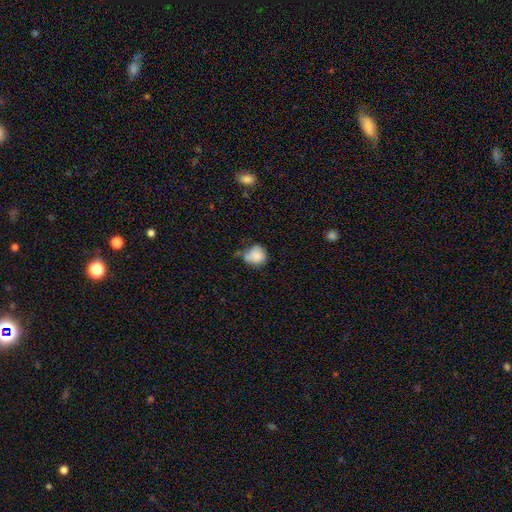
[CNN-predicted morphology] A smooth galaxy with no disk features (81%) that is round (70%). Merging: none (42%).